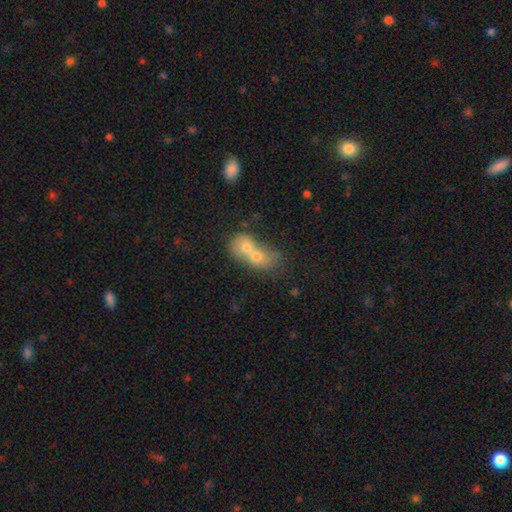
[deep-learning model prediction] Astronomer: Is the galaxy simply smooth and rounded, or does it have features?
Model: smooth — 60%.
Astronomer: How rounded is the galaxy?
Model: in between — 54% (runner-up: round, 41%).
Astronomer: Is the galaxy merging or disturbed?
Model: merger — 76%.